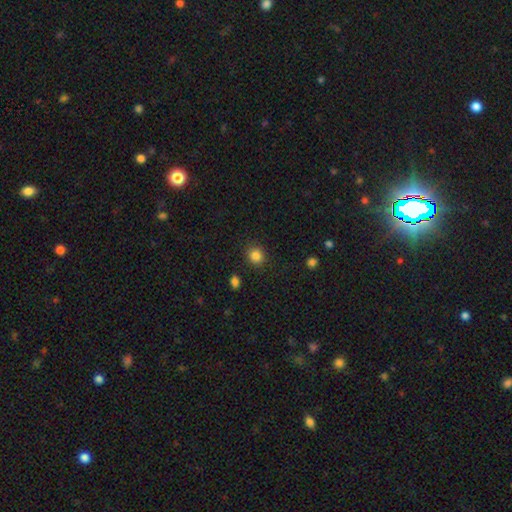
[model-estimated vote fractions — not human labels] This is clearly a smooth galaxy (85%). How rounded: clearly round (83%). Merging: clearly none (88%).